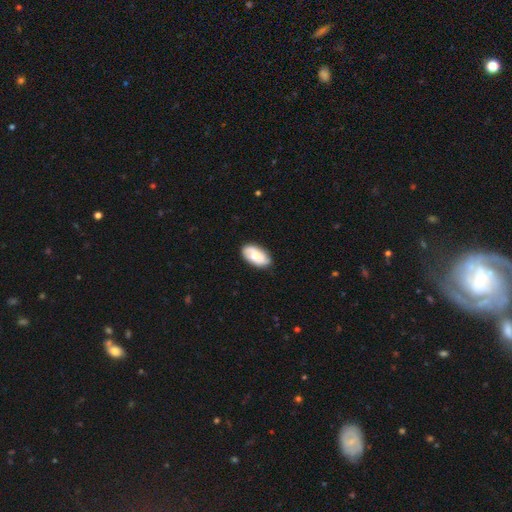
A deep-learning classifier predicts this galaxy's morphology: A smooth galaxy with no disk features (53%) that is in between round and cigar-shaped (93%).

Vote fractions:
- Smooth or featured? smooth: 53% / featured or disk: 40% / star or artifact: 7%
- How rounded? in between: 93% / round: 4% / cigar-shaped: 3%
- Merging? none: 81% / minor disturbance: 15% / major disturbance: 3% / merger: 1%